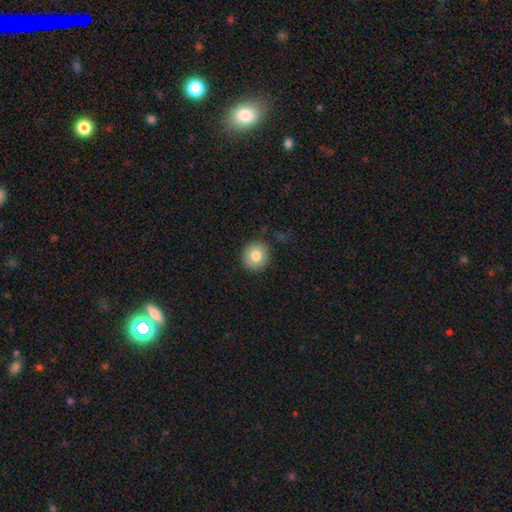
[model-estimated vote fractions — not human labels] smooth-or-featured: smooth: 79% | featured or disk: 12% | star or artifact: 9%
  how-rounded: round: 89% | in between: 10% | cigar-shaped: 1%
  merging: none: 86% | minor disturbance: 10% | major disturbance: 3% | merger: 1%